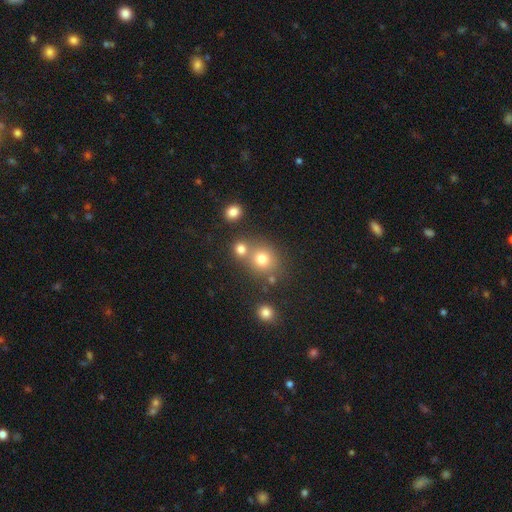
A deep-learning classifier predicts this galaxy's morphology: Q: Smooth or featured?
A: smooth (60%); runner-up: star or artifact (29%)
Q: How rounded?
A: round (85%); runner-up: in between (14%)
Q: Merging?
A: none (61%); runner-up: merger (28%)